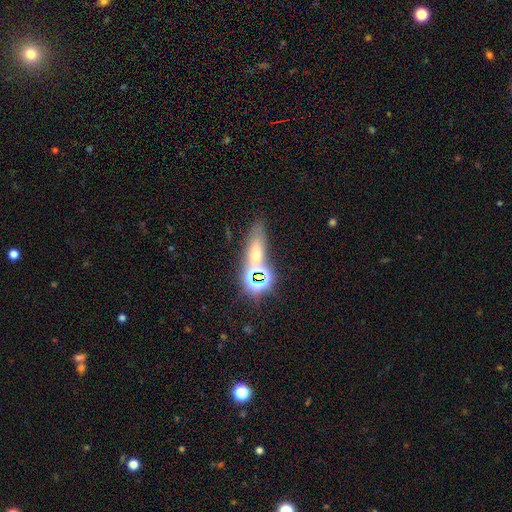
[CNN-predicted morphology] Overall: star or artifact (40%, tied with smooth).